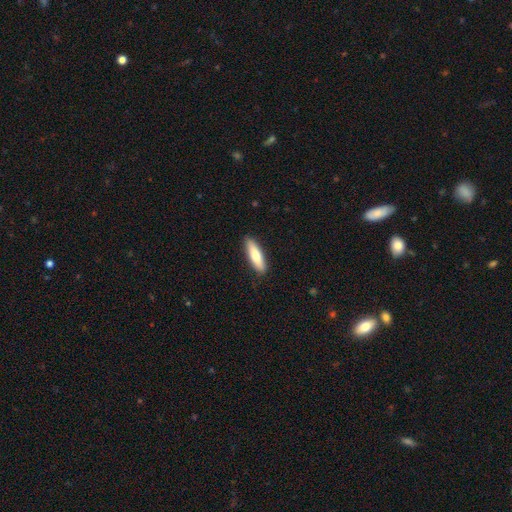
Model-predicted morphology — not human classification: Q: Smooth or featured?
A: smooth (77%); runner-up: featured or disk (18%)
Q: How rounded?
A: cigar-shaped (63%); runner-up: in between (36%)
Q: Merging?
A: none (88%); runner-up: minor disturbance (9%)